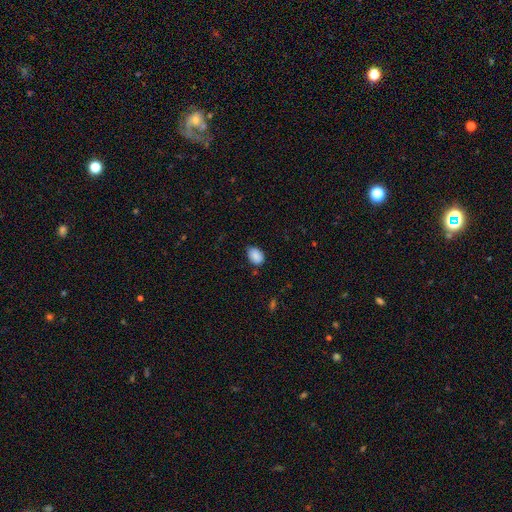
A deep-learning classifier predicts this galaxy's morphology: Smooth or featured? smooth (88%)
How rounded? in between (81%)
Merging? none (73%)